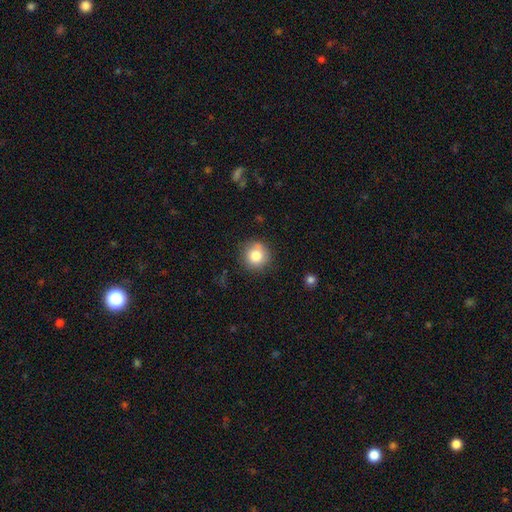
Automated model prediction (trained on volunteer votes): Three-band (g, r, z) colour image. It shows a smooth galaxy with no disk features (81%) that is round (93%). Merging: none (83%).